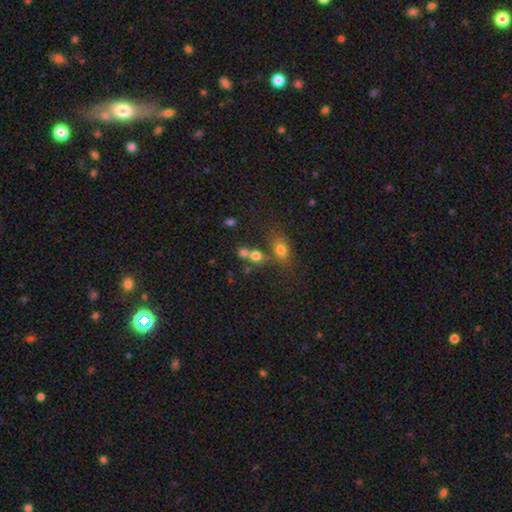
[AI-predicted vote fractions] Smooth or featured?
  - smooth: 71% *
  - star or artifact: 15%
  - featured or disk: 14%
How rounded?
  - round: 51% *
  - in between: 46%
  - cigar-shaped: 3%
Merging?
  - merger: 49% *
  - none: 36%
  - minor disturbance: 9%
  - major disturbance: 5%